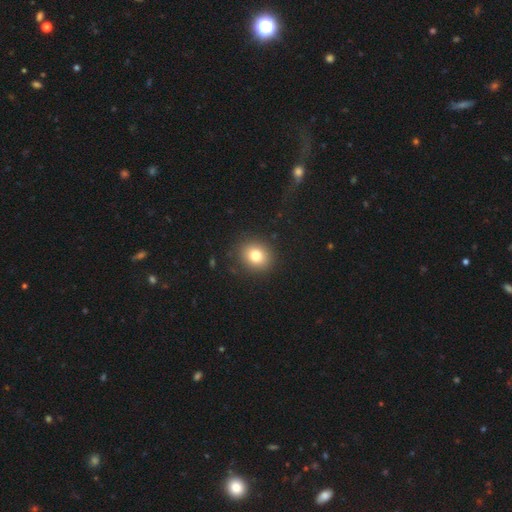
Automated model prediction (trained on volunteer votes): This is likely a smooth galaxy (79%). How rounded: likely round (77%). Merging: clearly none (89%).